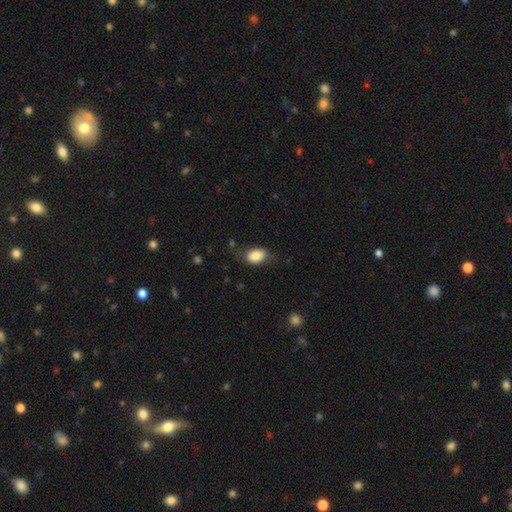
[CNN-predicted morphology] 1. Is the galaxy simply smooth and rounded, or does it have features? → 84% smooth, 9% featured or disk, 7% star or artifact.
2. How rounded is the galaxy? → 83% in between, 15% round, 1% cigar-shaped.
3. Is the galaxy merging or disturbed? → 71% none, 20% minor disturbance, 7% major disturbance, 2% merger.